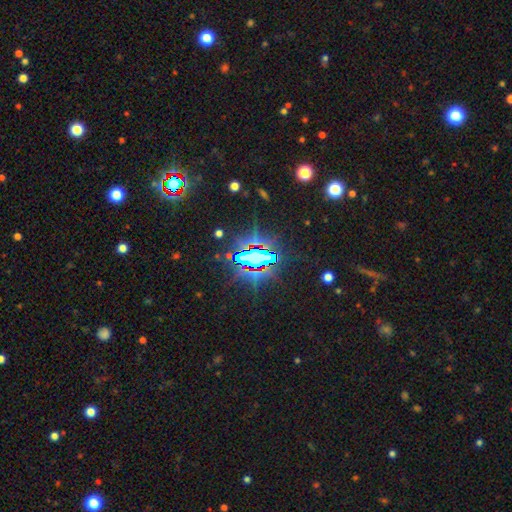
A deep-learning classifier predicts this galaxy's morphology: Q: Smooth or featured?
A: star or artifact (83%); runner-up: smooth (10%)